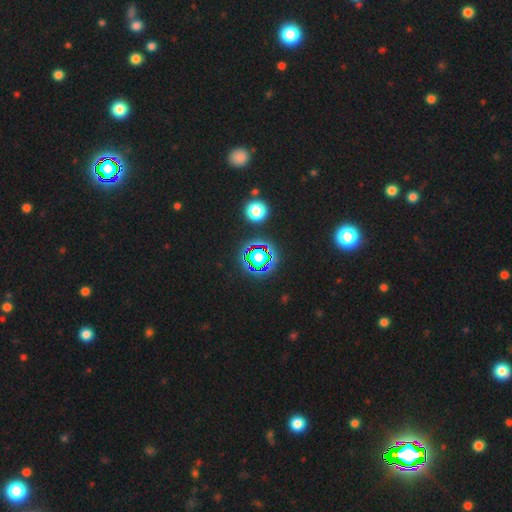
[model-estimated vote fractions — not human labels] star or artifact 79%, smooth 14%, featured or disk 7%.